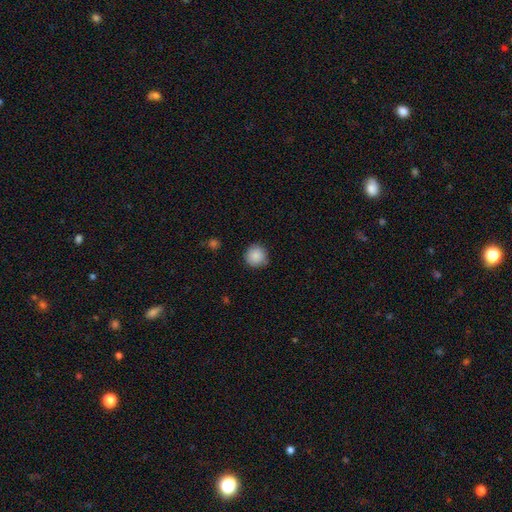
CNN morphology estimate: smooth 88%, star or artifact 8%, featured or disk 4%. Down the decision tree: how rounded — round (95%); merging — none (87%).